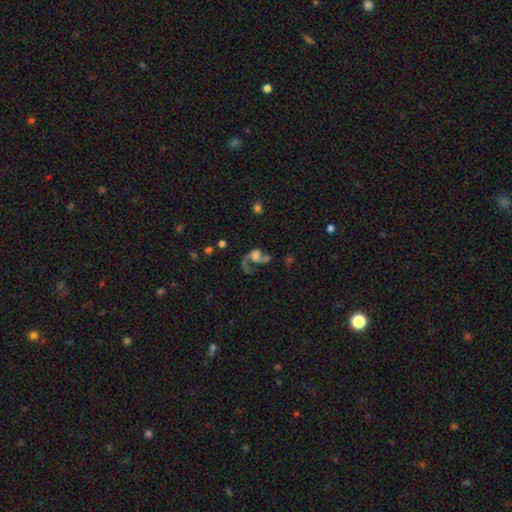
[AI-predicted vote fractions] smooth-or-featured: featured or disk: 63% | smooth: 24% | star or artifact: 13%
  disk-edge-on: no: 97% | yes: 3%
    bar: no: 72% | weak: 22% | strong: 6%
    has-spiral-arms: yes: 76% | no: 24%
    bulge-size: none: 28% | moderate: 25% | large: 22% | small: 20% | dominant: 6%
  merging: major disturbance: 42% | none: 26% | merger: 20% | minor disturbance: 12%